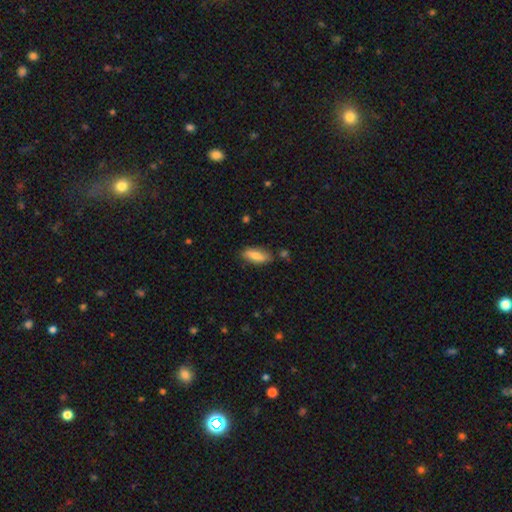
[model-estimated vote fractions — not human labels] Smooth or featured?
  - smooth: 77% *
  - featured or disk: 16%
  - star or artifact: 6%
How rounded?
  - in between: 72% *
  - cigar-shaped: 26%
  - round: 2%
Merging?
  - none: 77% *
  - minor disturbance: 17%
  - merger: 3%
  - major disturbance: 3%